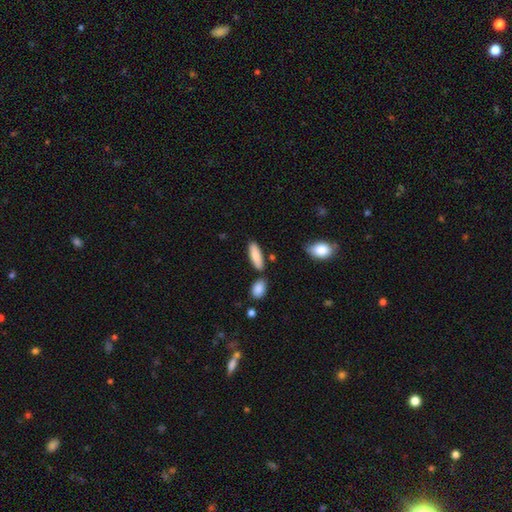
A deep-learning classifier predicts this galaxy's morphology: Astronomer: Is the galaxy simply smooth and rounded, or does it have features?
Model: smooth — 84%.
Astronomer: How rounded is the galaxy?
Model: in between — 55% (runner-up: cigar-shaped, 43%).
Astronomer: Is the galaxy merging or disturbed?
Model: none — 76%.